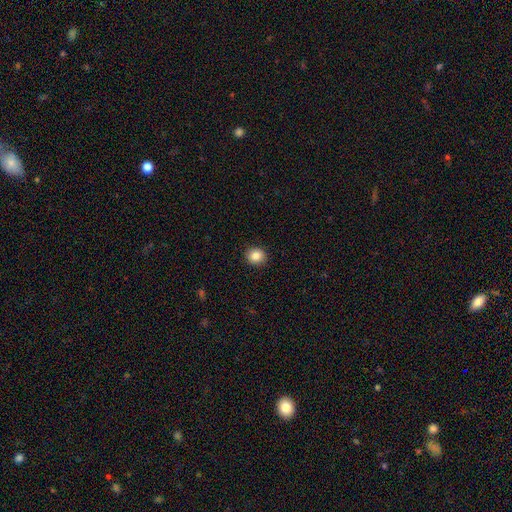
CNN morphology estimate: smooth_or_featured: smooth (p=0.86) [alt: star or artifact p=0.09]
how_rounded: round (p=0.80) [alt: in between p=0.19]
merging: none (p=0.91) [alt: minor disturbance p=0.06]